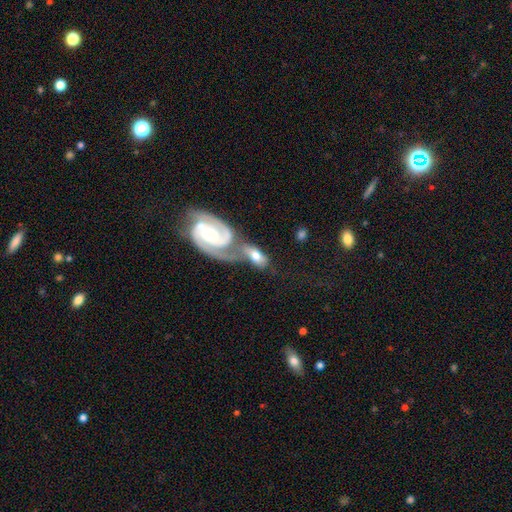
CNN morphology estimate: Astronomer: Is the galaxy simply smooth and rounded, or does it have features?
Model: featured or disk — 58% (runner-up: smooth, 36%).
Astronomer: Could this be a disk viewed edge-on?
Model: no — 94%.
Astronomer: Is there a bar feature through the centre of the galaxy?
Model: no — 53% (runner-up: weak, 35%).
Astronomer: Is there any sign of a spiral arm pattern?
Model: yes — 87%.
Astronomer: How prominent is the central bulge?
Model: moderate — 59%.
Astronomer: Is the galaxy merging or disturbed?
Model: merger — 63%.